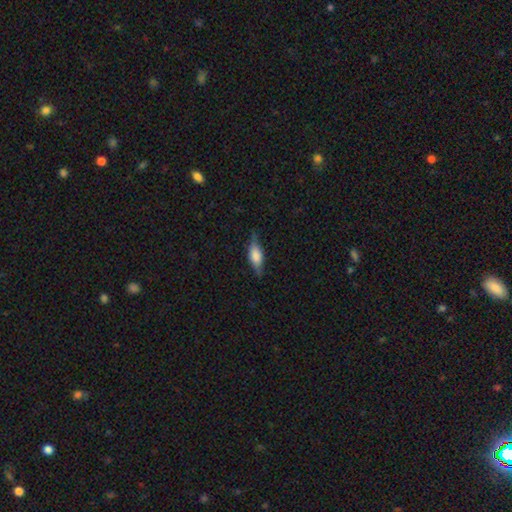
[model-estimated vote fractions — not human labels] smooth_or_featured: smooth (p=0.59) [alt: featured or disk p=0.34]
how_rounded: in between (p=0.69) [alt: cigar-shaped p=0.27]
merging: none (p=0.73) [alt: minor disturbance p=0.21]